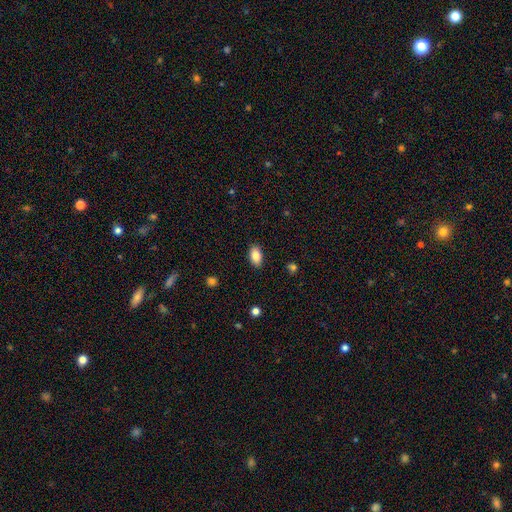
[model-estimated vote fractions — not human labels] This is clearly a smooth galaxy (84%). How rounded: clearly in between (92%). Merging: clearly none (88%).